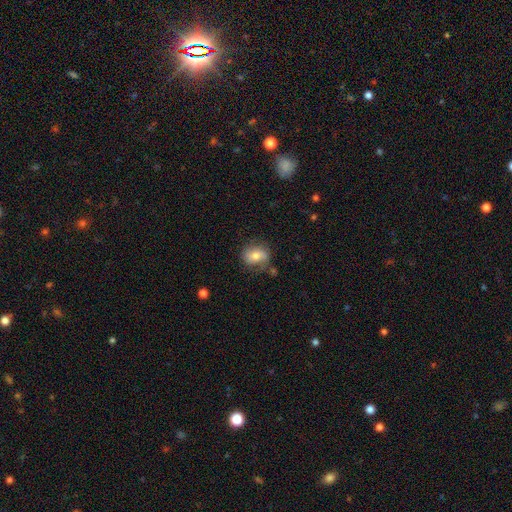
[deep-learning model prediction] Morphology: type=smooth (67%); roundness=in between (53%); merging=none (64%).